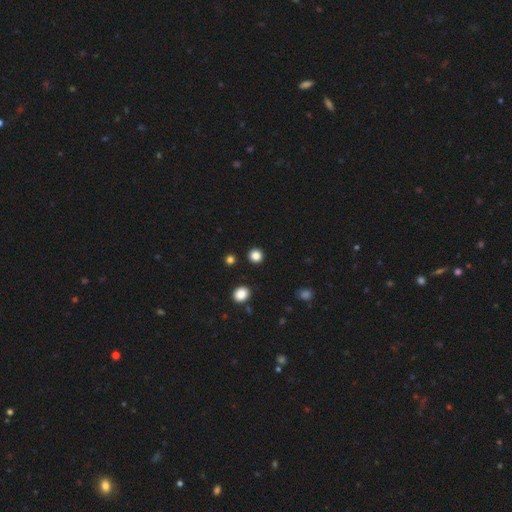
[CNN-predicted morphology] Smooth or featured? smooth (84%)
How rounded? round (93%)
Merging? none (92%)